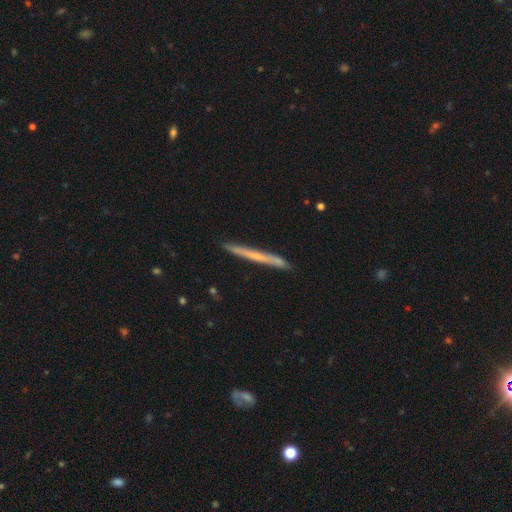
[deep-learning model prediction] Morphology: type=featured or disk (47%, tied with smooth); merging=none (88%).